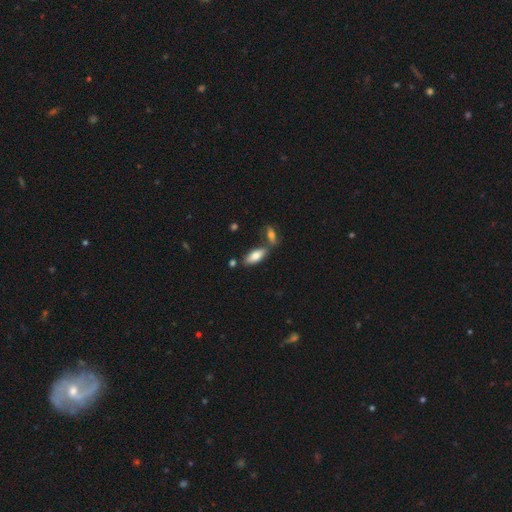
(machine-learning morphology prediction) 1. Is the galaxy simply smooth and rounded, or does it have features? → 77% smooth, 16% featured or disk, 6% star or artifact.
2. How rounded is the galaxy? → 79% in between, 19% cigar-shaped, 2% round.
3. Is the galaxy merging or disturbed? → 65% none, 20% merger, 12% minor disturbance, 3% major disturbance.